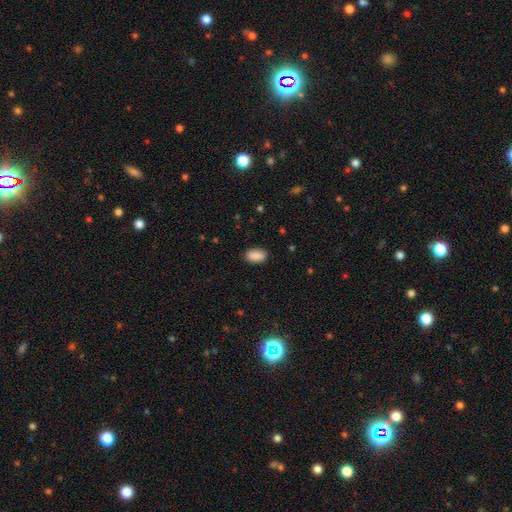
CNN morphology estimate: Smooth or featured? Predicted: smooth (p=0.89). How rounded? Predicted: in between (p=0.93). Merging? Predicted: none (p=0.86).